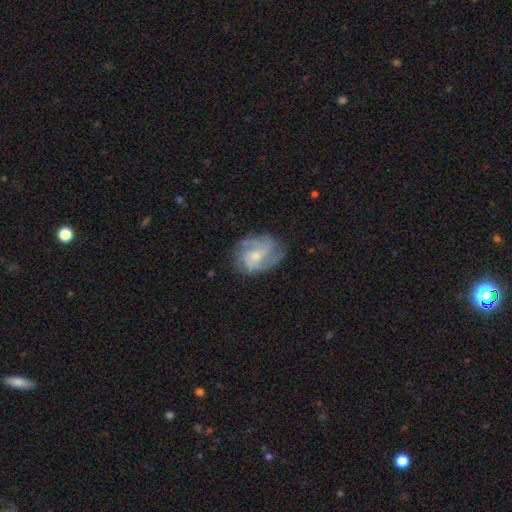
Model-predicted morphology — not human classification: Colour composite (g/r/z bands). It shows a featured or disk galaxy (73%) with no bar (55%), 2 (33%) medium (45%) spiral arms (89%) and a small central bulge (52%). Merging: none (67%).